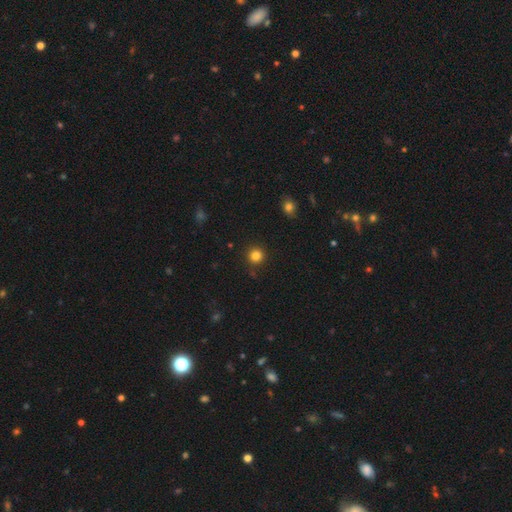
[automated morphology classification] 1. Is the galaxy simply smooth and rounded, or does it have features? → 83% smooth, 13% star or artifact, 4% featured or disk.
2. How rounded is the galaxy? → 94% round, 5% in between, 1% cigar-shaped.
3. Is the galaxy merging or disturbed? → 90% none, 7% minor disturbance, 2% major disturbance, 2% merger.